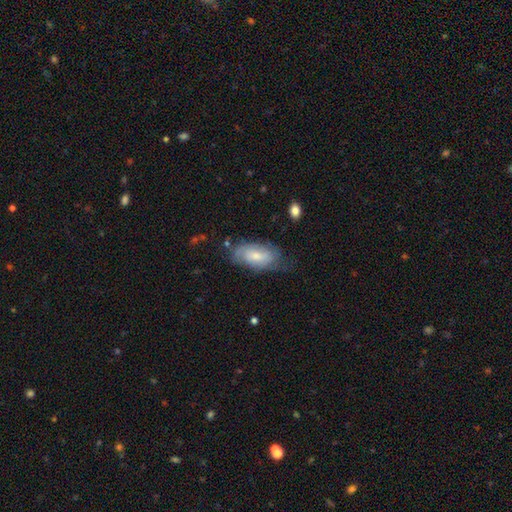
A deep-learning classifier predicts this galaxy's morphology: A featured or disk galaxy (50%). Merging: none (60%).